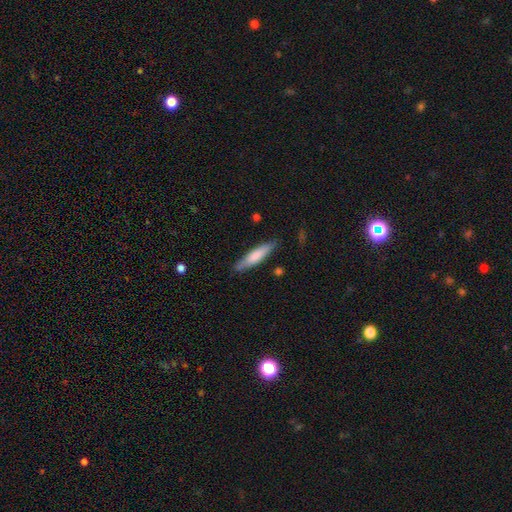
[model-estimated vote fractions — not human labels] Morphology: type=smooth (70%); roundness=cigar-shaped (80%); merging=none (83%).